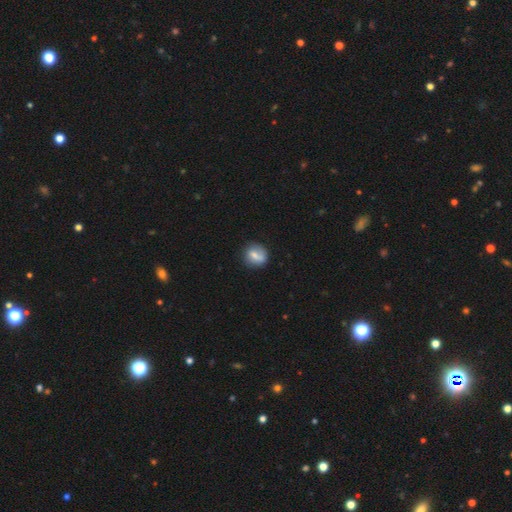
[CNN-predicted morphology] Smooth or featured?
  - smooth: 67% *
  - featured or disk: 25%
  - star or artifact: 8%
How rounded?
  - round: 74% *
  - in between: 24%
  - cigar-shaped: 2%
Merging?
  - none: 73% *
  - minor disturbance: 17%
  - merger: 5%
  - major disturbance: 5%